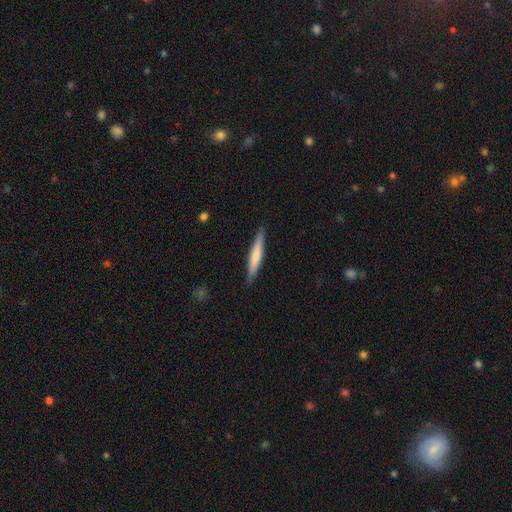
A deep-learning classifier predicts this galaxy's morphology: Smooth or featured: smooth — 65% (featured or disk — 30%)
How rounded: cigar-shaped — 94% (in between — 5%)
Merging: none — 89% (minor disturbance — 8%)